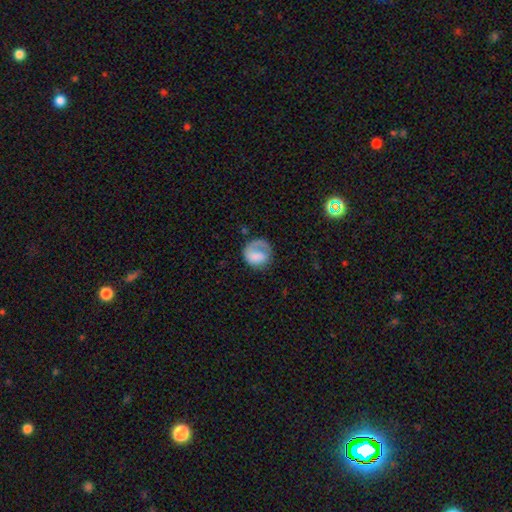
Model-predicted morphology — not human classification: A smooth galaxy with no disk features (62%) that is round (73%). Merging: none (47%).